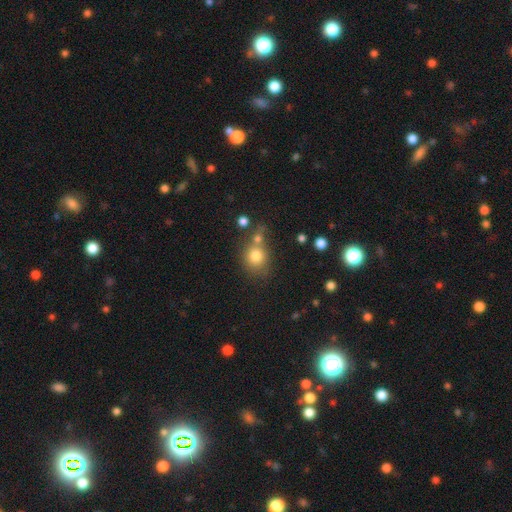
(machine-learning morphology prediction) Q: Smooth or featured?
A: smooth (79%); runner-up: star or artifact (11%)
Q: How rounded?
A: round (75%); runner-up: in between (24%)
Q: Merging?
A: none (49%); runner-up: merger (30%)